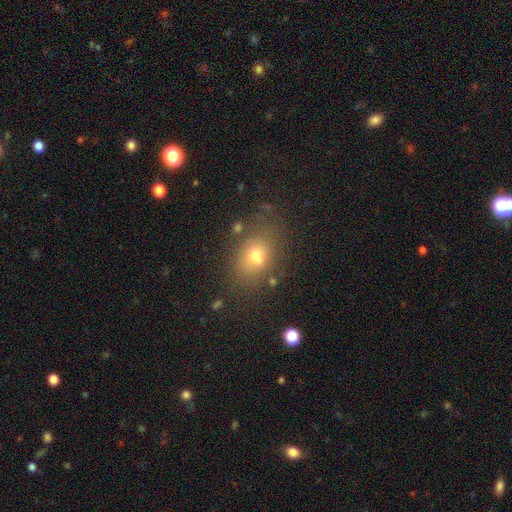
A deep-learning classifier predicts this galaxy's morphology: Q: Smooth or featured?
A: smooth (68%); runner-up: featured or disk (17%)
Q: How rounded?
A: in between (64%); runner-up: round (35%)
Q: Merging?
A: none (63%); runner-up: minor disturbance (16%)